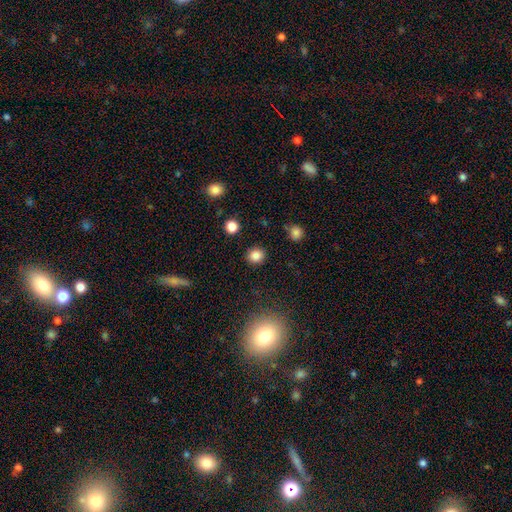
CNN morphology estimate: Smooth or featured?
  - smooth: 83% *
  - star or artifact: 12%
  - featured or disk: 4%
How rounded?
  - round: 84% *
  - in between: 15%
  - cigar-shaped: 1%
Merging?
  - none: 90% *
  - minor disturbance: 6%
  - major disturbance: 2%
  - merger: 2%